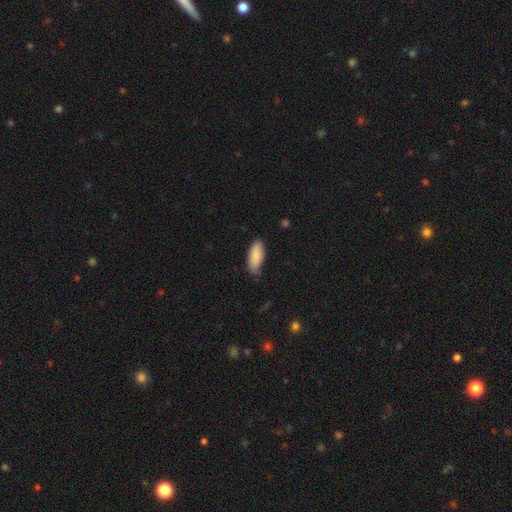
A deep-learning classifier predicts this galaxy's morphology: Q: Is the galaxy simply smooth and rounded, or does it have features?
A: smooth — 87%.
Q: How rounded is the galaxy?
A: in between — 80%.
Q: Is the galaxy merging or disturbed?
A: none — 72%.